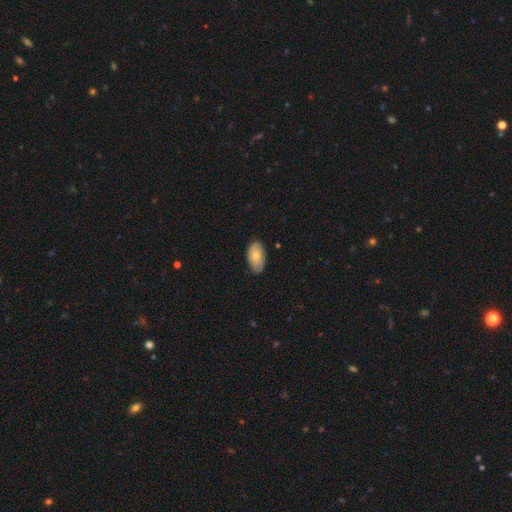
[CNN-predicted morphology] smooth_or_featured: smooth (p=0.70) [alt: featured or disk p=0.23]
how_rounded: in between (p=0.94) [alt: round p=0.04]
merging: none (p=0.76) [alt: minor disturbance p=0.20]